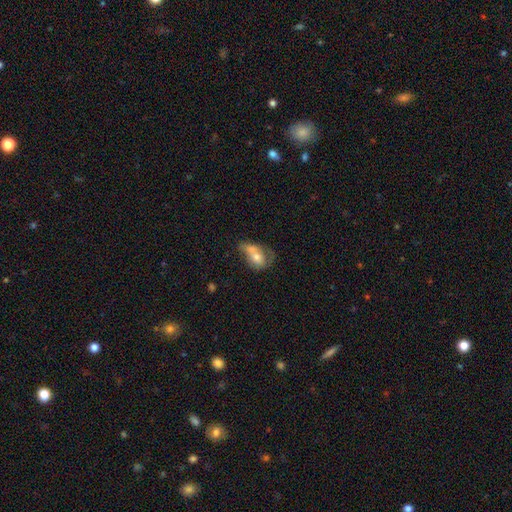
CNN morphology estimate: A smooth galaxy with no disk features (60%) that is in between round and cigar-shaped (74%). Merging: merger (36%).